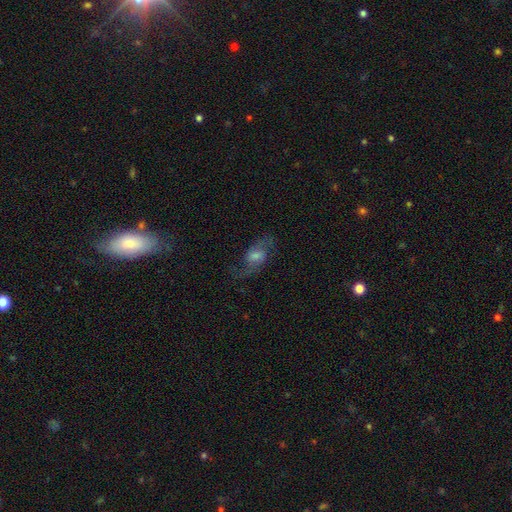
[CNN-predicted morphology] type=featured or disk (68%); edge-on=no (93%); bar=weak (47%); spiral arms=yes (90%); winding=loose (55%); arm count=2 (87%); bulge=moderate (45%); merging=none (70%).